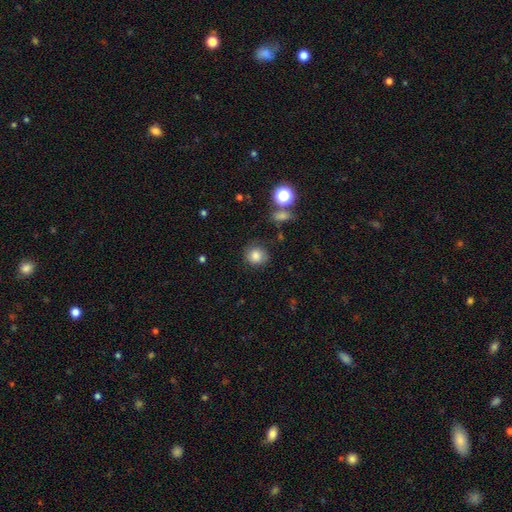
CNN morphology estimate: Smooth or featured: smooth — 80% (star or artifact — 11%)
How rounded: round — 82% (in between — 17%)
Merging: none — 78% (minor disturbance — 15%)